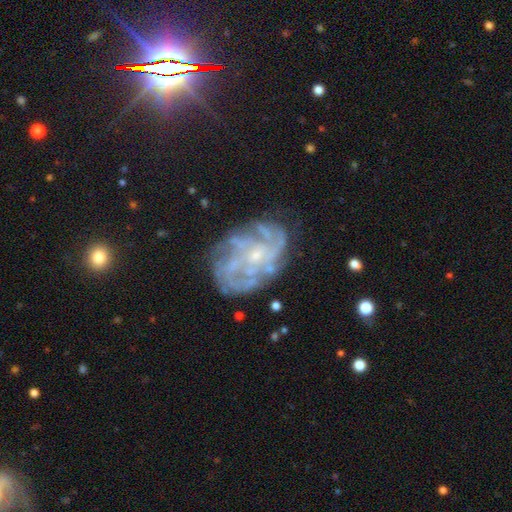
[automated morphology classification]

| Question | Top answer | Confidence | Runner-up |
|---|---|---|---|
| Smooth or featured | featured or disk | 82% | star or artifact (9%) |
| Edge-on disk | no | 97% | yes (3%) |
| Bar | no | 70% | weak (25%) |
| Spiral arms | yes | 89% | no (11%) |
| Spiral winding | tight | 51% | medium (35%) |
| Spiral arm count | can't tell | 36% | 4 (20%) |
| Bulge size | small | 73% | moderate (18%) |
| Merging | none | 69% | minor disturbance (18%) |